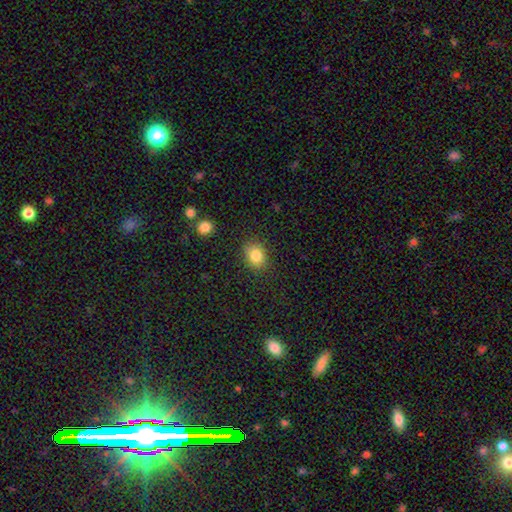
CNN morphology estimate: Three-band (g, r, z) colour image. It shows a smooth galaxy with no disk features (83%) that is round (52%). Merging: none (85%).